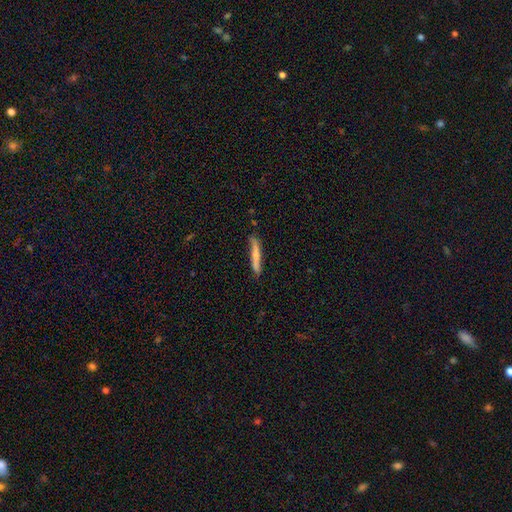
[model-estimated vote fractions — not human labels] This is possibly a smooth galaxy (53%). How rounded: clearly cigar-shaped (92%). Merging: likely none (78%).